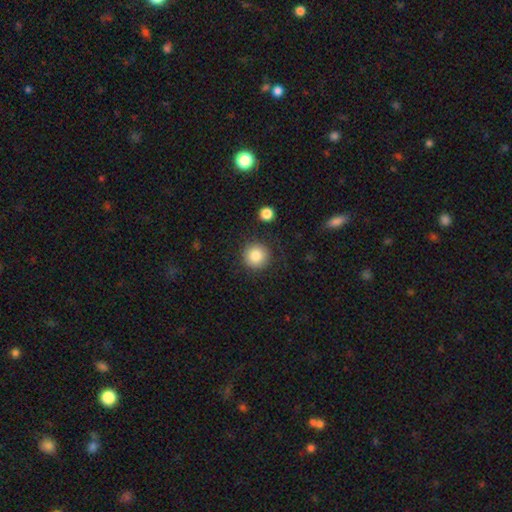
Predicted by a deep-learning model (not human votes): Overall: smooth (85%). How rounded: round (95%). Merging: none (86%).